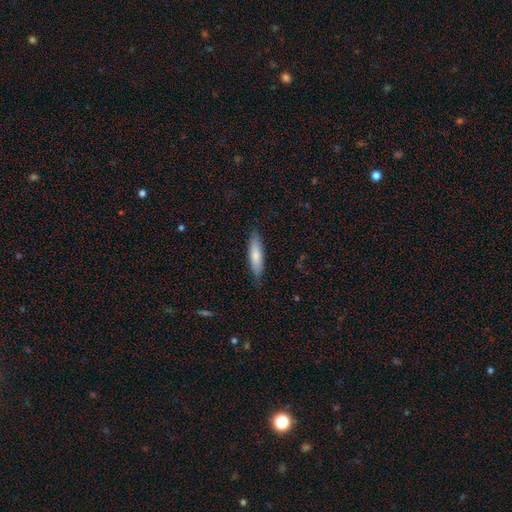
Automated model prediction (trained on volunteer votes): This appears to be a smooth galaxy with no disk features (75%) that is cigar-shaped (68%). Merging: none (83%).